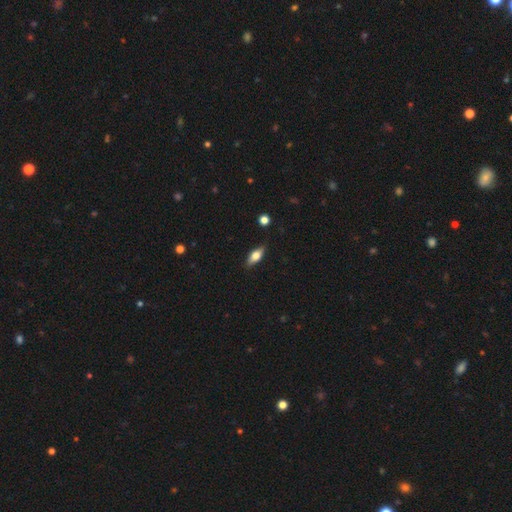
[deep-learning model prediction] smooth 59%, featured or disk 34%, star or artifact 7%. Down the decision tree: how rounded — in between (73%); merging — none (85%).